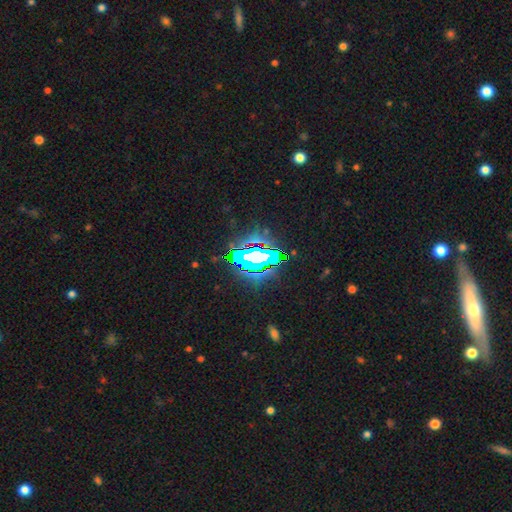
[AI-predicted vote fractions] A star or artifact, not a galaxy (68%).